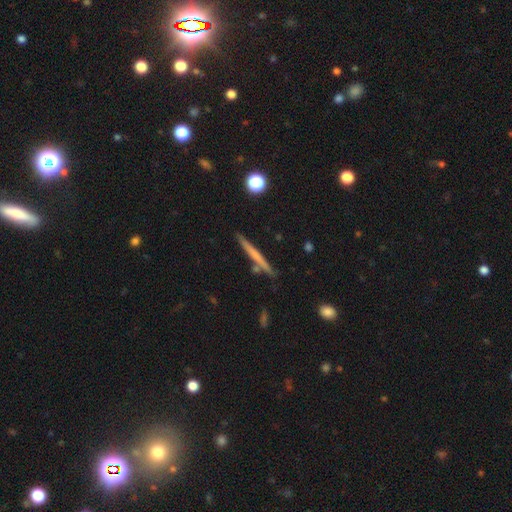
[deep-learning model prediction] This is possibly a smooth galaxy (47%). Merging: clearly none (85%).